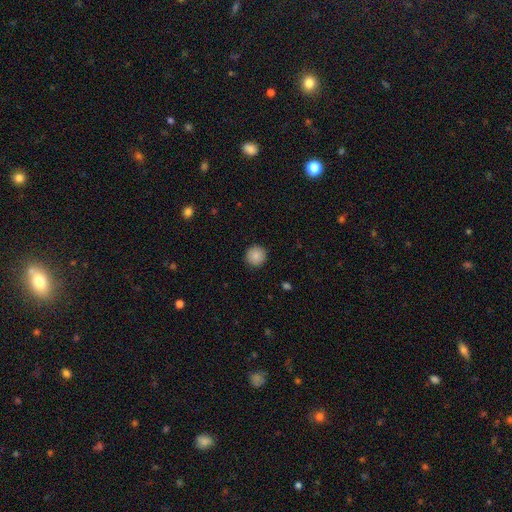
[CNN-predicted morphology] Smooth or featured?
  - smooth: 88% *
  - star or artifact: 8%
  - featured or disk: 4%
How rounded?
  - round: 95% *
  - in between: 4%
  - cigar-shaped: 1%
Merging?
  - none: 92% *
  - minor disturbance: 5%
  - major disturbance: 2%
  - merger: 1%